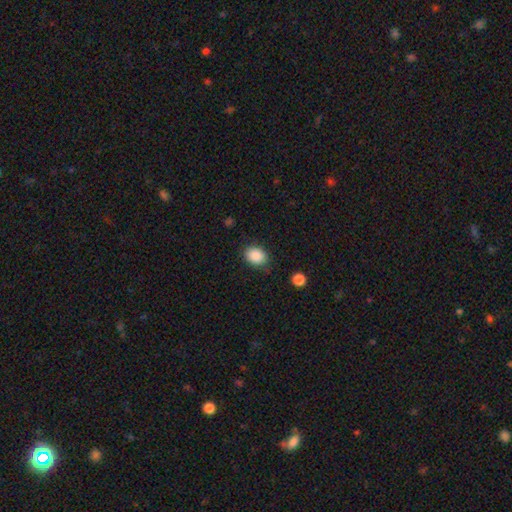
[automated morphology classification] This appears to be a smooth galaxy with no disk features (88%) that is in between round and cigar-shaped (61%). Merging: none (81%).